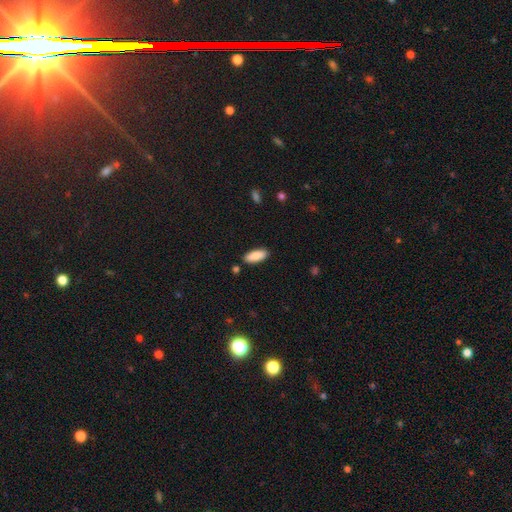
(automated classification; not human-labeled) smooth 87%, featured or disk 6%, star or artifact 6%. Down the decision tree: how rounded — in between (81%); merging — none (87%).